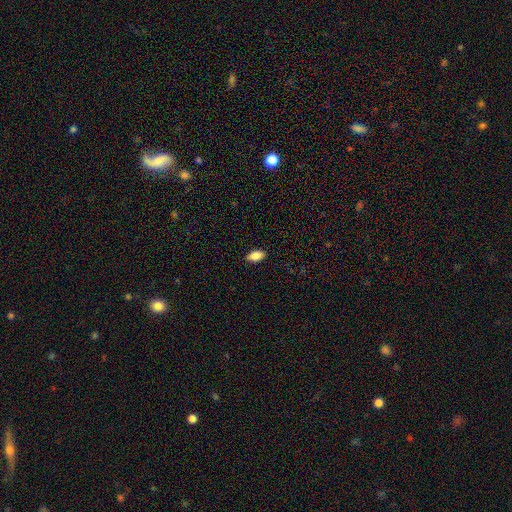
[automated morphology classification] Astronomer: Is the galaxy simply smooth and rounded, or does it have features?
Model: smooth — 85%.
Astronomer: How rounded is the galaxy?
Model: in between — 91%.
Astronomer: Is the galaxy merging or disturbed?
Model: none — 88%.